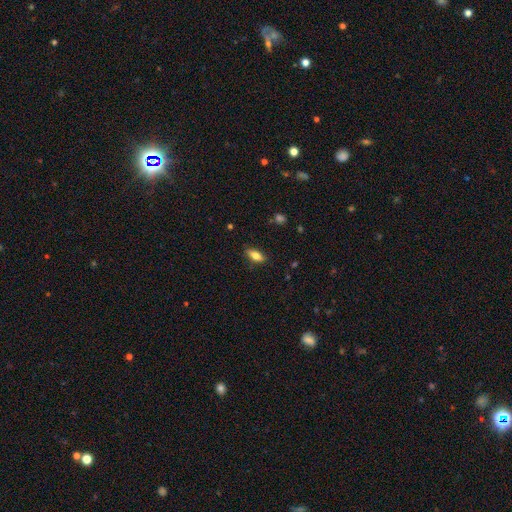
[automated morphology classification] type=smooth (75%); roundness=in between (77%); merging=none (85%).